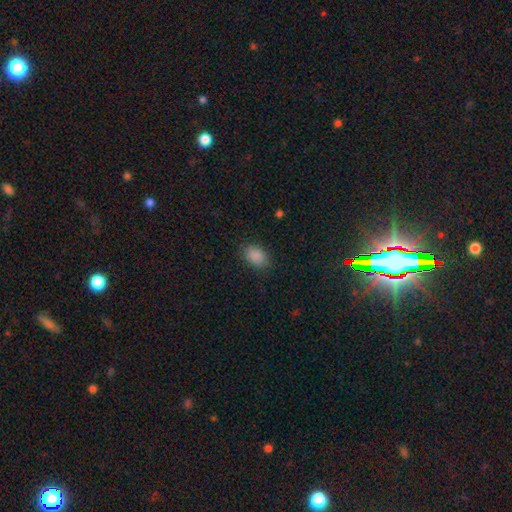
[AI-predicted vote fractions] The model was most divided on "how rounded": in between: 82%, round: 17%, cigar-shaped: 1%. More confident: smooth or featured — smooth (88%); merging — none (85%).